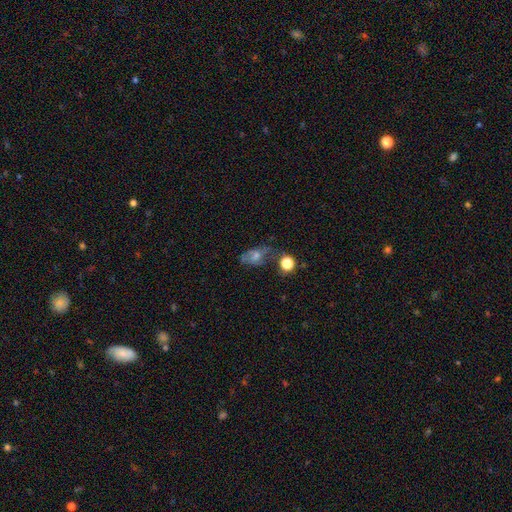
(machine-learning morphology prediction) featured or disk 41%, smooth 36%, star or artifact 22%. Down the decision tree: merging — none (49%).